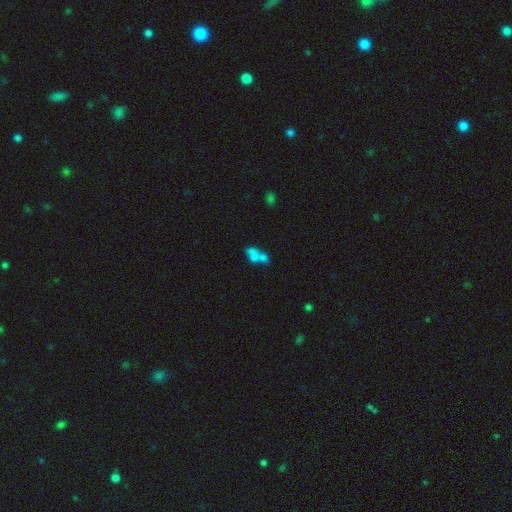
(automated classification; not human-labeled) Smooth or featured? smooth (59%)
How rounded? in between (69%)
Merging? merger (62%)